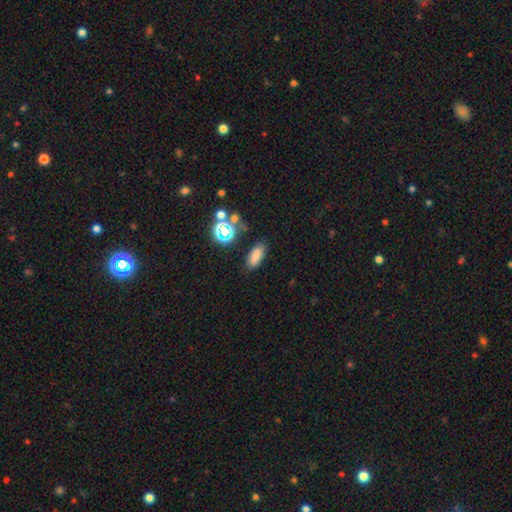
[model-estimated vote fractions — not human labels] The model was most divided on "smooth or featured": smooth: 76%, star or artifact: 17%, featured or disk: 7%. More confident: how rounded — in between (82%); merging — none (81%).